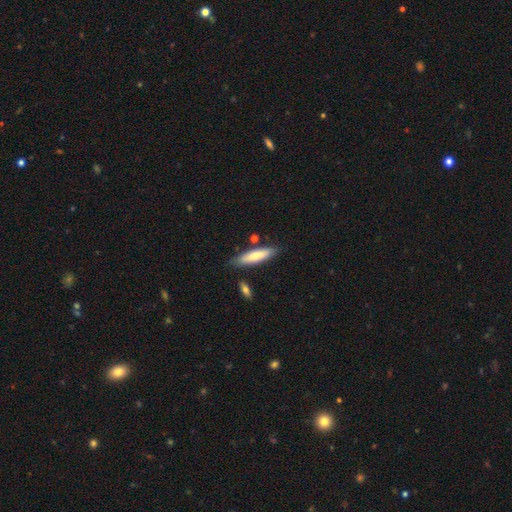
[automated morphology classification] type=smooth (76%); roundness=cigar-shaped (70%); merging=none (81%).